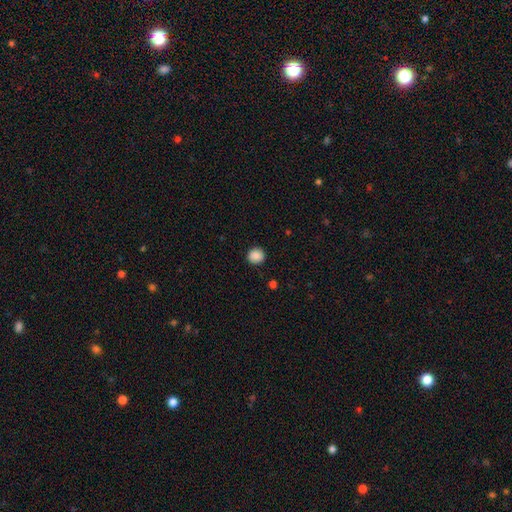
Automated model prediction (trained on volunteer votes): Morphology: type=smooth (89%); roundness=round (89%); merging=none (90%).